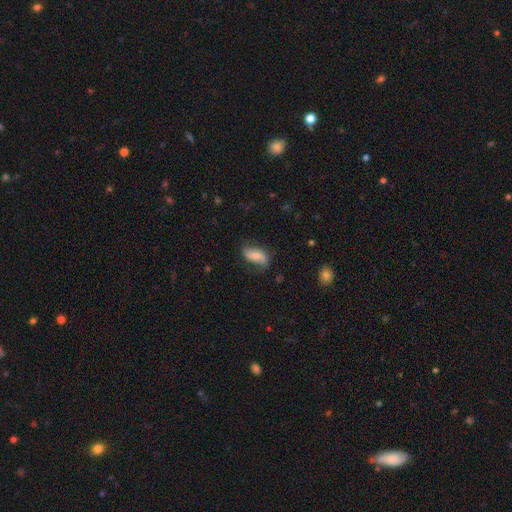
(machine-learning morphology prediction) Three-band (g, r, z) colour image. It shows a smooth galaxy with no disk features (48%). Merging: none (65%).